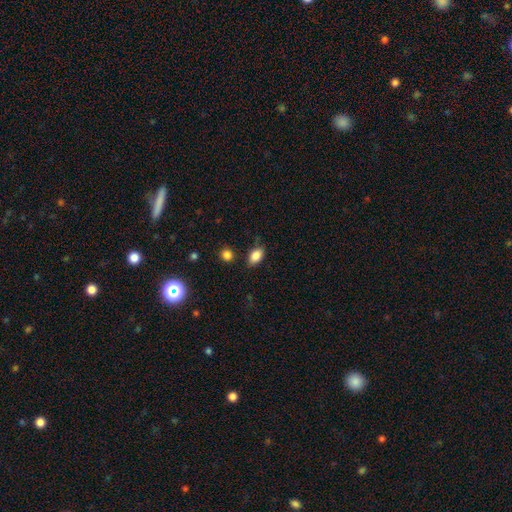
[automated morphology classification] A smooth galaxy with no disk features (86%) that is in between round and cigar-shaped (86%). Merging: none (80%).